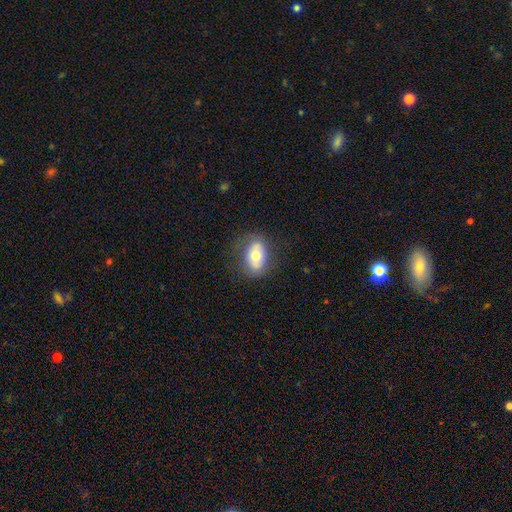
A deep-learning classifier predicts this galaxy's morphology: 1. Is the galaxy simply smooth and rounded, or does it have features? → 65% smooth, 27% featured or disk, 8% star or artifact.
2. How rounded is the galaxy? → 84% in between, 13% round, 2% cigar-shaped.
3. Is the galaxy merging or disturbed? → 78% none, 15% minor disturbance, 6% major disturbance, 1% merger.